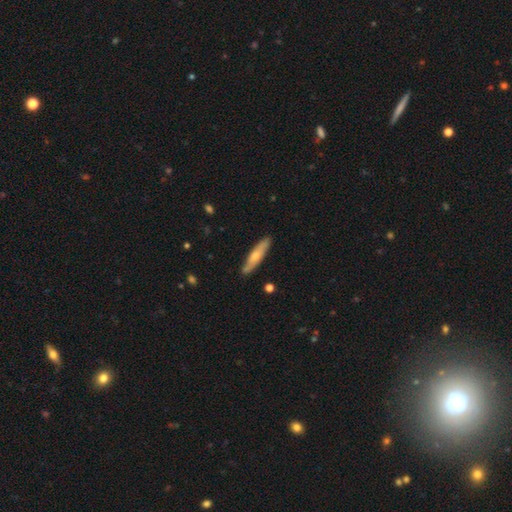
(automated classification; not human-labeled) A smooth galaxy with no disk features (55%) that is cigar-shaped (85%). Merging: none (85%).